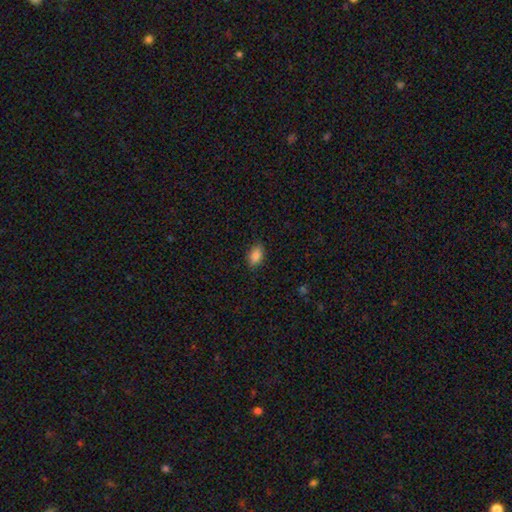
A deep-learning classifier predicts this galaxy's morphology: Smooth or featured: smooth — 87% (star or artifact — 8%)
How rounded: in between — 91% (round — 7%)
Merging: none — 87% (minor disturbance — 10%)